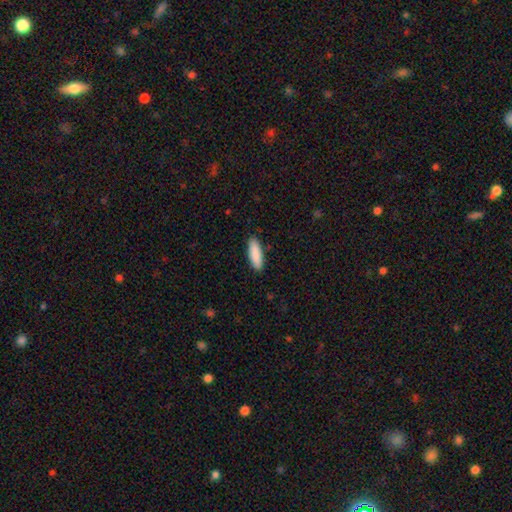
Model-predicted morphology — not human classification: Overall: smooth (89%). How rounded: in between (52%; cigar-shaped 47%). Merging: none (90%).